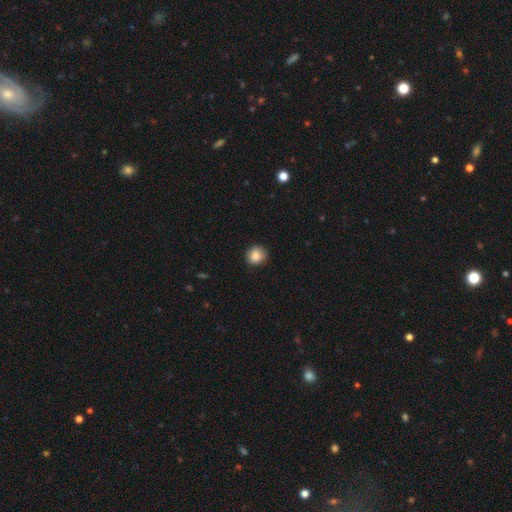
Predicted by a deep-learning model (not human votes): Smooth or featured: smooth — 86% (star or artifact — 9%)
How rounded: round — 86% (in between — 13%)
Merging: none — 86% (minor disturbance — 11%)